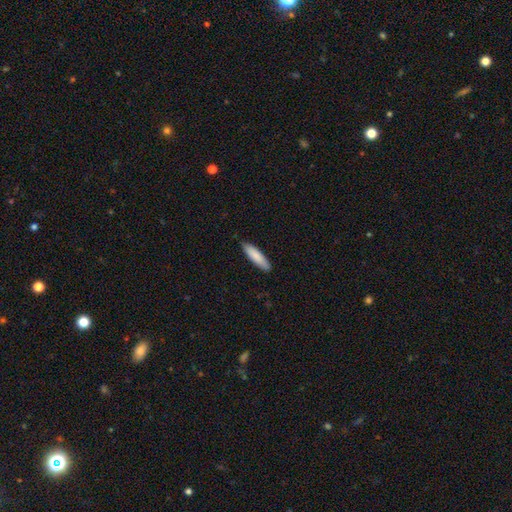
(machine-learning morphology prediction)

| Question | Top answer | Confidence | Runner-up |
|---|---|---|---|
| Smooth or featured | smooth | 86% | featured or disk (9%) |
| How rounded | cigar-shaped | 71% | in between (28%) |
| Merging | none | 87% | minor disturbance (10%) |